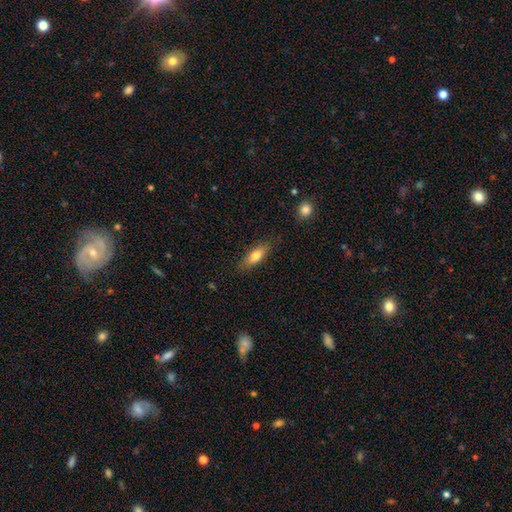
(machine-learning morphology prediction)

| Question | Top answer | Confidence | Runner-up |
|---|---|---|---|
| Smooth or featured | smooth | 72% | featured or disk (21%) |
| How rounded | in between | 61% | cigar-shaped (36%) |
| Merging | none | 82% | minor disturbance (13%) |